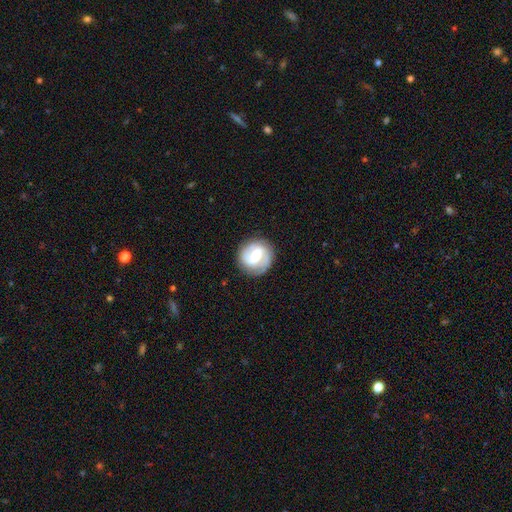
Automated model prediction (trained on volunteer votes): A featured or disk galaxy (71%) with a weak bar (47%), 2 (79%) tight (42%) spiral arms (86%) and a moderate central bulge (60%).

Vote fractions:
- Smooth or featured? featured or disk: 71% / smooth: 23% / star or artifact: 6%
- Edge-on disk? no: 97% / yes: 3%
- Bar? weak: 47% / strong: 39% / no: 14%
- Spiral arms? yes: 86% / no: 14%
- Spiral winding? tight: 42% / medium: 40% / loose: 18%
- Spiral arm count? 2: 79% / can't tell: 10% / 1: 6% / 3: 3% / 4: 1% / more than 4: 1%
- Bulge size? moderate: 60% / small: 26% / large: 11% / none: 2% / dominant: 1%
- Merging? none: 82% / minor disturbance: 12% / major disturbance: 5% / merger: 1%